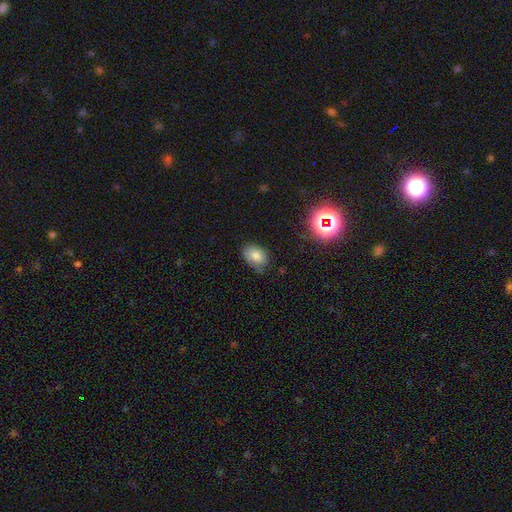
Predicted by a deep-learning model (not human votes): smooth-or-featured: smooth: 78% | star or artifact: 11% | featured or disk: 10%
  how-rounded: in between: 82% | round: 17% | cigar-shaped: 1%
  merging: none: 61% | minor disturbance: 30% | major disturbance: 6% | merger: 2%